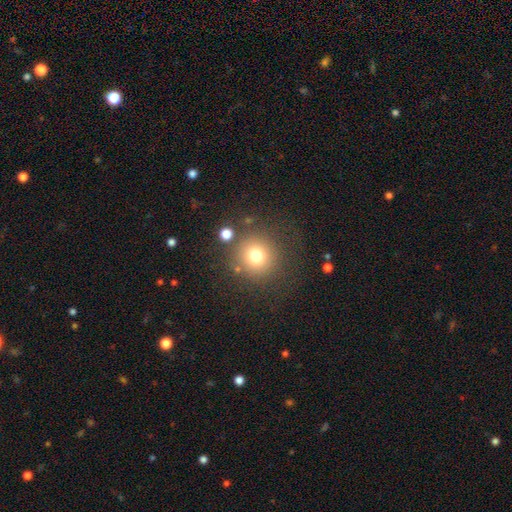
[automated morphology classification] This appears to be a smooth galaxy with no disk features (75%) that is round (94%). Merging: none (82%).